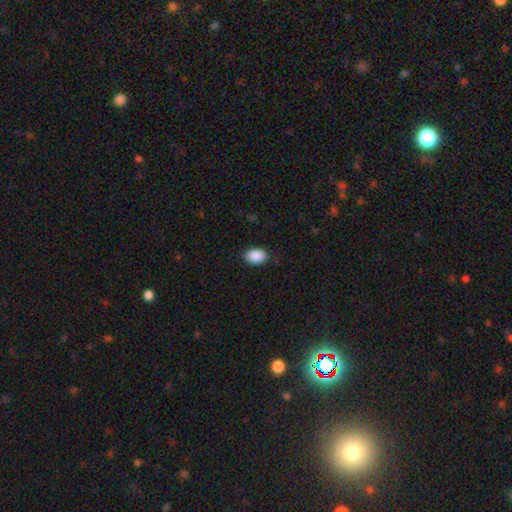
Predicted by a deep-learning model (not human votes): smooth 90%, star or artifact 7%, featured or disk 3%. Down the decision tree: how rounded — in between (85%); merging — none (85%).